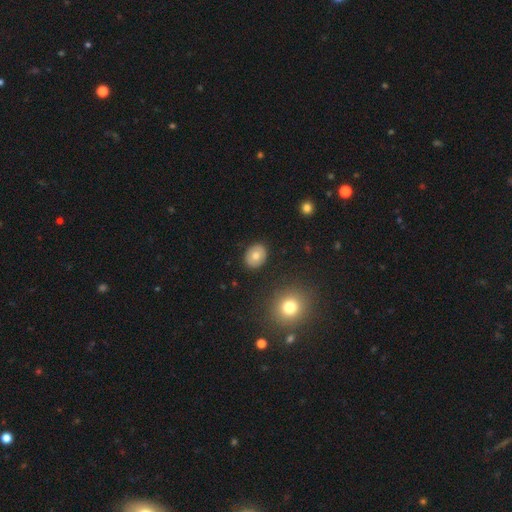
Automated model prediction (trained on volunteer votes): Smooth or featured: smooth — 74% (featured or disk — 17%)
How rounded: in between — 52% (round — 47%)
Merging: none — 89% (minor disturbance — 8%)